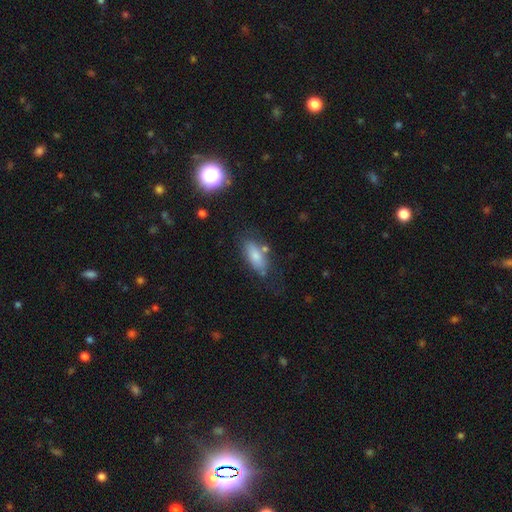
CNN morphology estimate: type=smooth (78%); roundness=in between (80%); merging=none (63%).